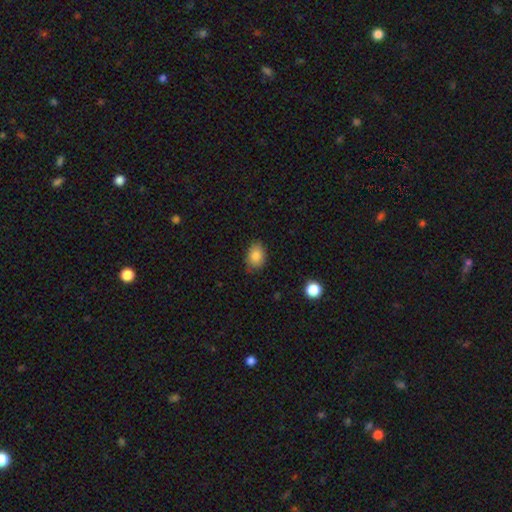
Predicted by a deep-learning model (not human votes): Morphology: type=smooth (85%); roundness=in between (71%); merging=none (78%).